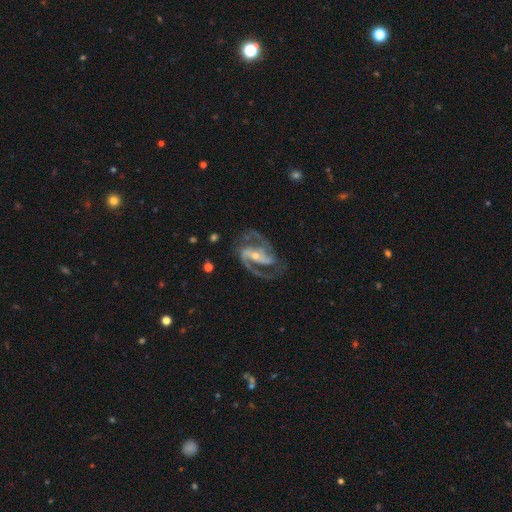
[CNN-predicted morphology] This is clearly a featured or disk galaxy (93%). It is clearly not viewed edge-on (97%). Bar: possibly strong (54%). Spiral arm pattern: clearly yes (98%). Spiral arm count: clearly 2 (90%). Spiral winding: likely medium (62%). Central bulge: possibly small (57%). Merging: likely none (75%).